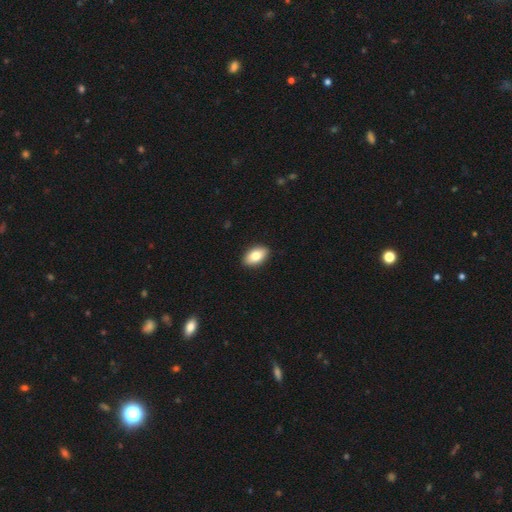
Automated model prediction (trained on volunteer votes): A smooth galaxy with no disk features (82%) that is in between round and cigar-shaped (92%).

Vote fractions:
- Smooth or featured? smooth: 82% / featured or disk: 12% / star or artifact: 7%
- How rounded? in between: 92% / round: 6% / cigar-shaped: 2%
- Merging? none: 91% / minor disturbance: 7% / major disturbance: 2% / merger: 1%